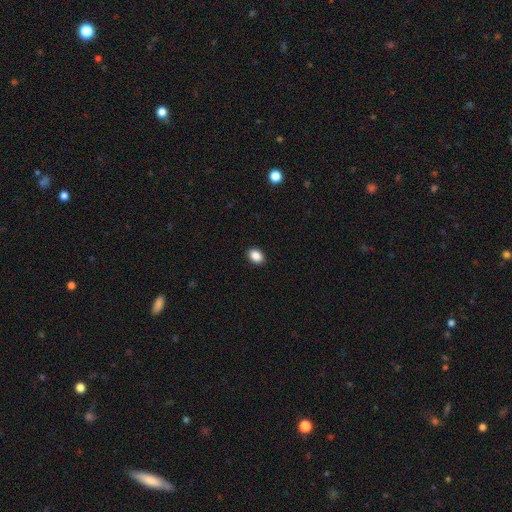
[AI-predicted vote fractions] Morphology: type=smooth (88%); roundness=in between (72%); merging=none (91%).